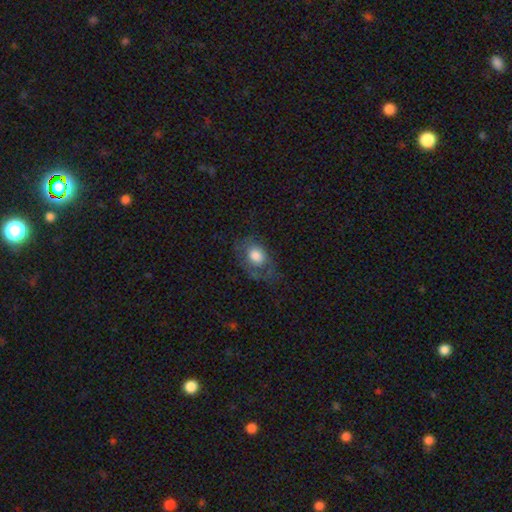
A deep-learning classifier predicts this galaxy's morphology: Smooth or featured? smooth (63%)
How rounded? in between (66%)
Merging? none (52%)